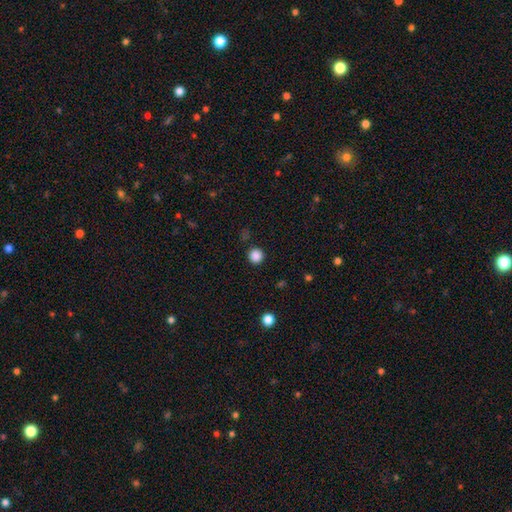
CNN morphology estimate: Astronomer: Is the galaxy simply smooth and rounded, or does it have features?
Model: smooth — 86%.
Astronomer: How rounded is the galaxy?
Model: round — 95%.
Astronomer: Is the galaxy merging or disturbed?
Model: none — 91%.